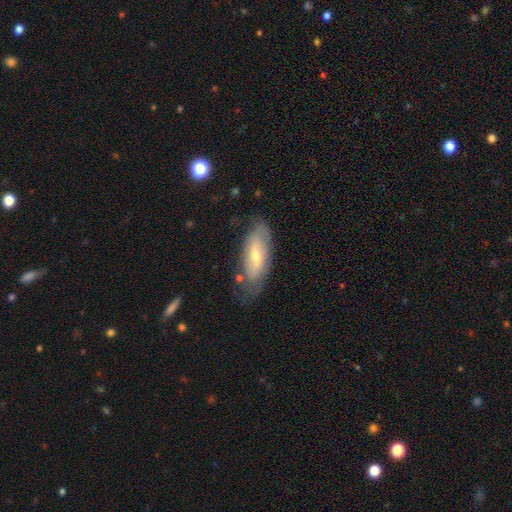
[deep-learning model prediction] smooth-or-featured: featured or disk: 49% | smooth: 44% | star or artifact: 7%
  merging: none: 66% | minor disturbance: 24% | major disturbance: 8% | merger: 3%